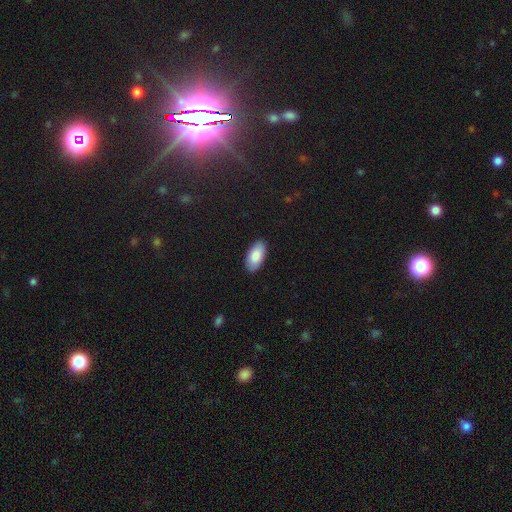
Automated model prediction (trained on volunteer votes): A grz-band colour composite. It shows a smooth galaxy with no disk features (87%) that is in between round and cigar-shaped (95%). Merging: none (88%).